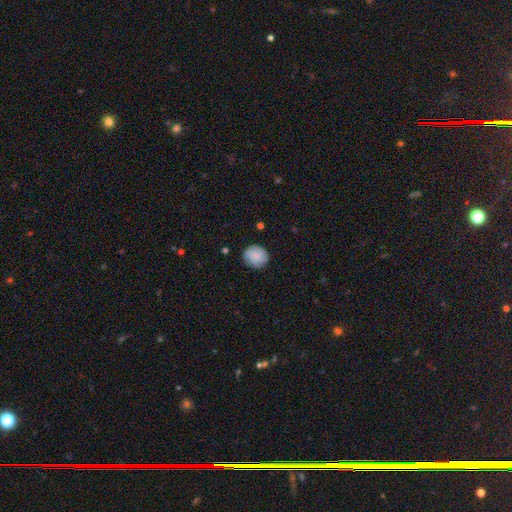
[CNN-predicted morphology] smooth 78%, featured or disk 15%, star or artifact 7%. Down the decision tree: how rounded — round (82%); merging — none (78%).